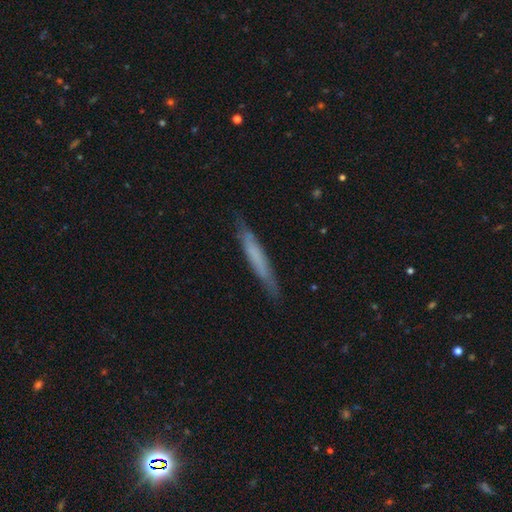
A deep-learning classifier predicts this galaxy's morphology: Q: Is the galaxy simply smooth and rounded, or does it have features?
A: smooth — 55%.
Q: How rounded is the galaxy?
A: cigar-shaped — 95%.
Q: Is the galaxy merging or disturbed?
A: none — 83%.